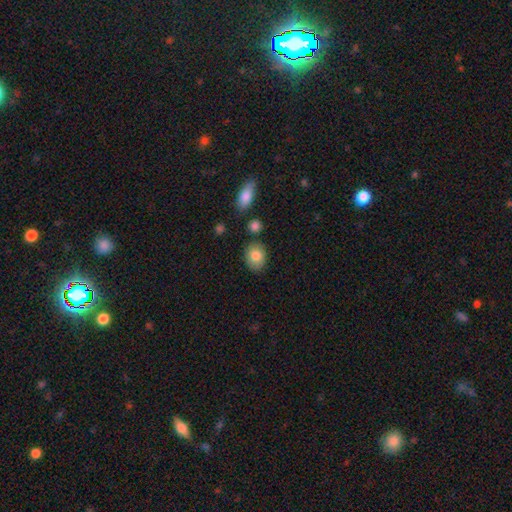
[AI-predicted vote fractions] Smooth or featured: smooth — 83% (featured or disk — 10%)
How rounded: in between — 58% (round — 41%)
Merging: none — 81% (minor disturbance — 12%)